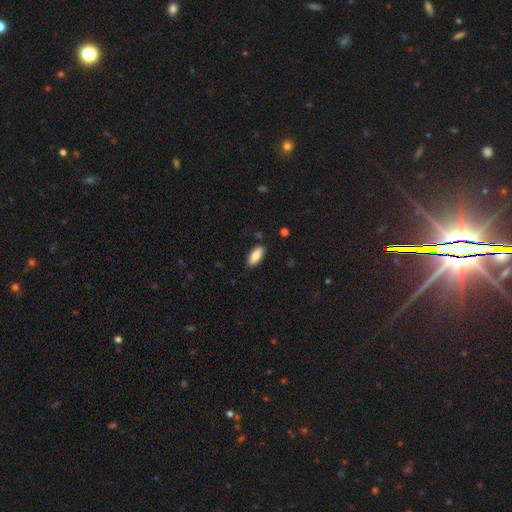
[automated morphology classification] A smooth galaxy with no disk features (83%) that is in between round and cigar-shaped (84%). Merging: none (85%).